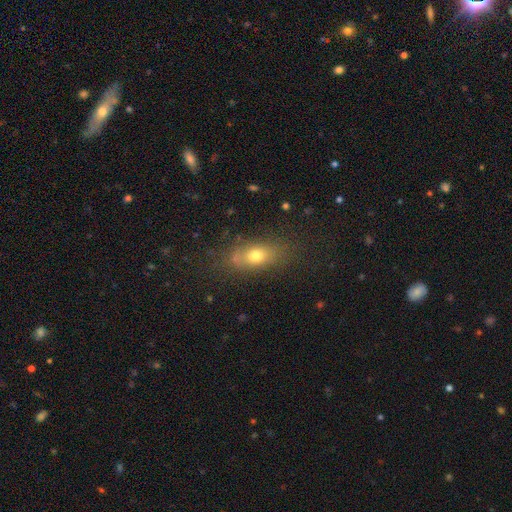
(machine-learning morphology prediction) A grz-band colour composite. It shows a smooth galaxy with no disk features (68%) that is in between round and cigar-shaped (70%). Merging: none (71%).